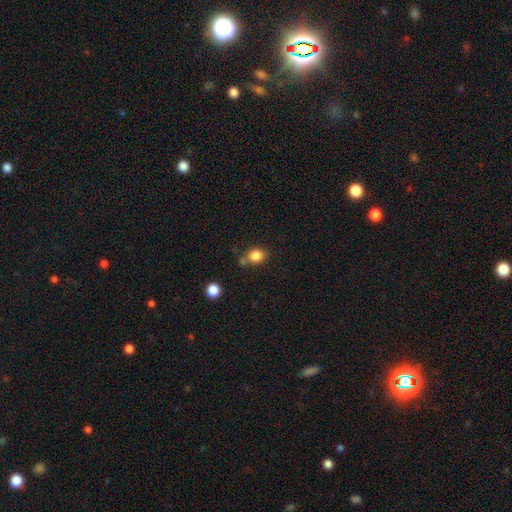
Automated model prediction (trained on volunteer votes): smooth_or_featured: smooth (p=0.84) [alt: star or artifact p=0.10]
how_rounded: round (p=0.50) [alt: in between p=0.49]
merging: none (p=0.62) [alt: minor disturbance p=0.19]